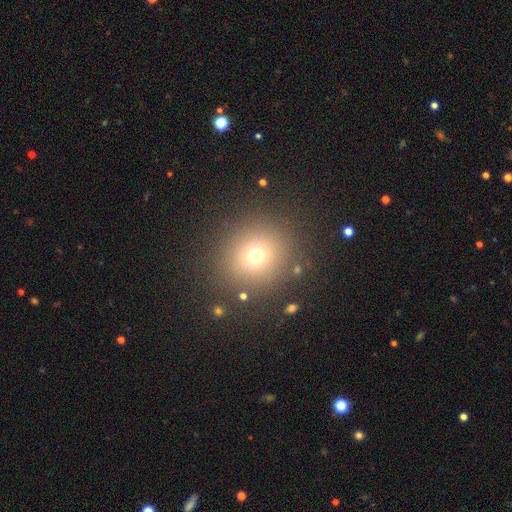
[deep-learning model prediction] A smooth galaxy with no disk features (69%) that is round (89%). Merging: none (85%).